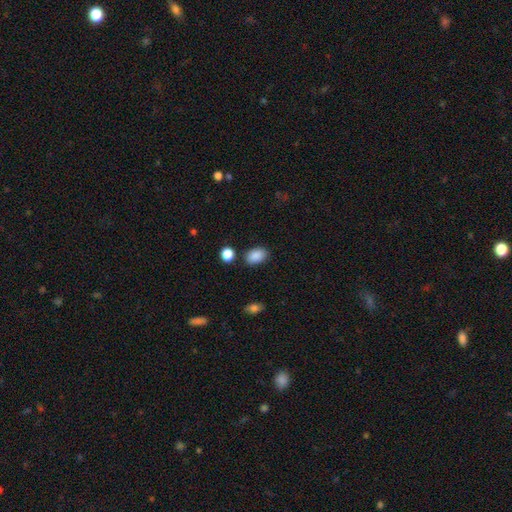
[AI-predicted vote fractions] smooth_or_featured: smooth (p=0.88) [alt: star or artifact p=0.08]
how_rounded: in between (p=0.84) [alt: round p=0.15]
merging: none (p=0.82) [alt: minor disturbance p=0.11]